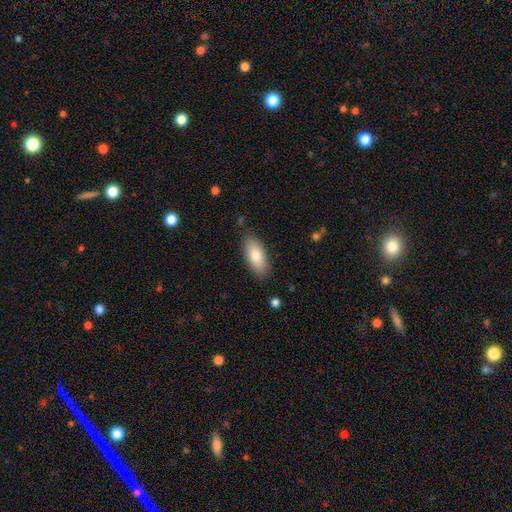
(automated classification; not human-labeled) This appears to be a smooth galaxy with no disk features (79%) that is in between round and cigar-shaped (85%). Merging: none (84%).